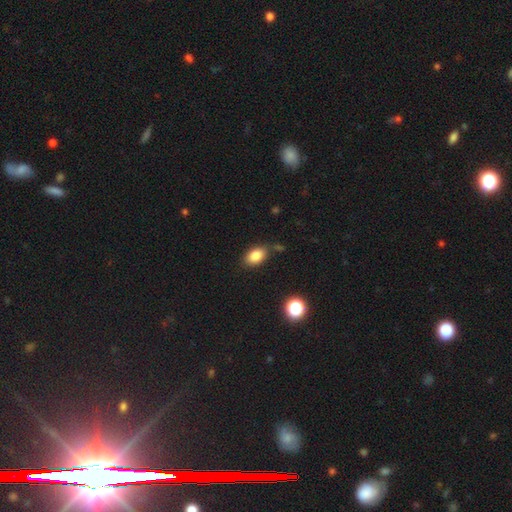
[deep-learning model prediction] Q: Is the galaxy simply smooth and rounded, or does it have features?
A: smooth — 84%.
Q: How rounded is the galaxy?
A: in between — 87%.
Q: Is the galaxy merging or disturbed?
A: none — 77%.